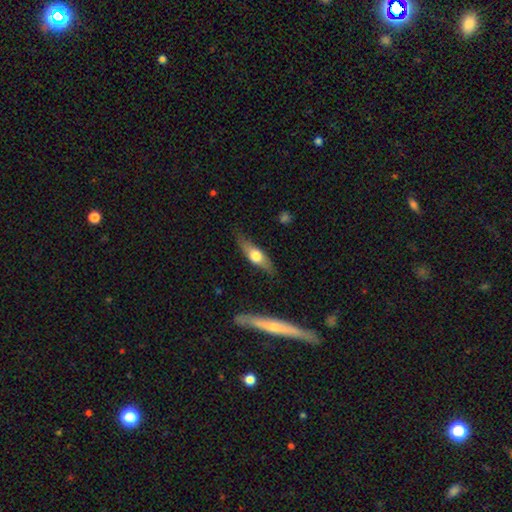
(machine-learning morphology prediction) This is possibly a featured or disk galaxy (50%). Merging: clearly none (81%).